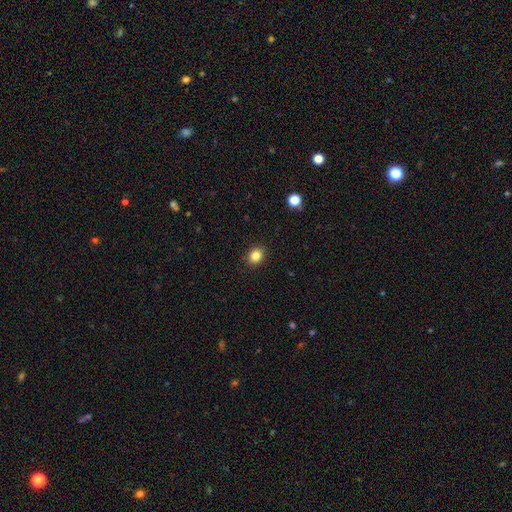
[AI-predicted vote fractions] Smooth or featured? smooth (85%)
How rounded? round (54%)
Merging? none (90%)